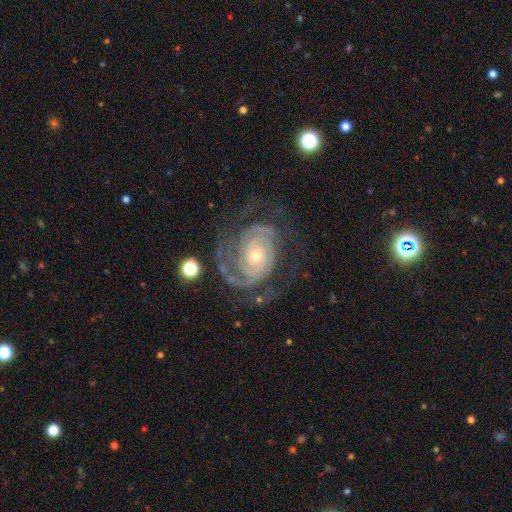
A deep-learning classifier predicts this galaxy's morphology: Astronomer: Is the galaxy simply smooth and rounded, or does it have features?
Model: featured or disk — 90%.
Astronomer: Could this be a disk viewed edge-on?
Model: no — 97%.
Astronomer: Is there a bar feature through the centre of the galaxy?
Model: no — 73%.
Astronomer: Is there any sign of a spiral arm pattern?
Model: yes — 97%.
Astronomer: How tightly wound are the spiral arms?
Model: tight — 63%.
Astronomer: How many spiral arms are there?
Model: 2 — 53%.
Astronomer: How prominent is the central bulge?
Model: small — 61%.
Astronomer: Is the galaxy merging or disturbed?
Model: none — 65%.